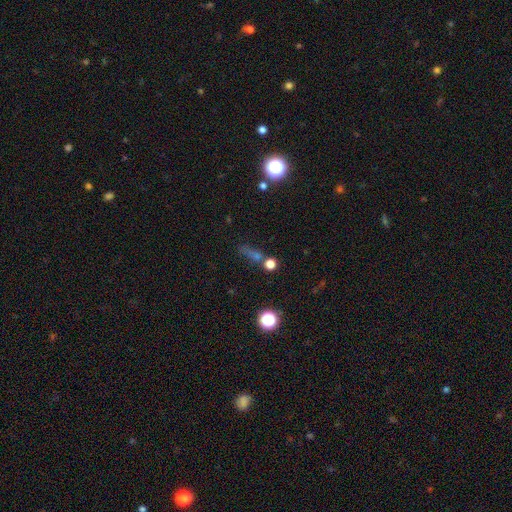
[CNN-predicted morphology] Smooth or featured?
  - smooth: 46% *
  - star or artifact: 36%
  - featured or disk: 18%
Merging?
  - none: 64% *
  - merger: 15%
  - minor disturbance: 13%
  - major disturbance: 8%